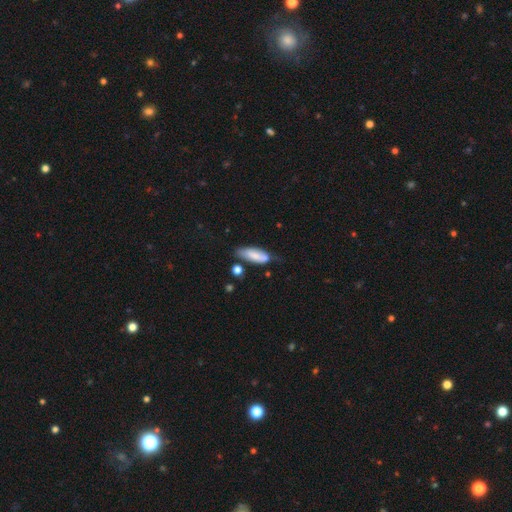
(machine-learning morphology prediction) smooth_or_featured: smooth (p=0.74) [alt: featured or disk p=0.19]
how_rounded: in between (p=0.68) [alt: cigar-shaped p=0.30]
merging: none (p=0.50) [alt: minor disturbance p=0.31]